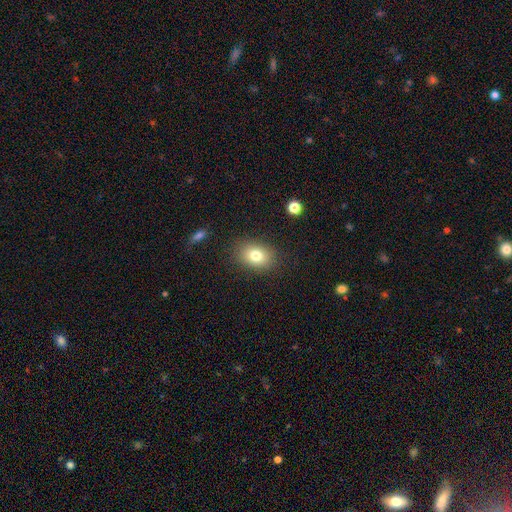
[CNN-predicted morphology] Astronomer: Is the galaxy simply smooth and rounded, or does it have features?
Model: smooth — 79%.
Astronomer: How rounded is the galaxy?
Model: in between — 69%.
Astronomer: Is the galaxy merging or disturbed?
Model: none — 85%.